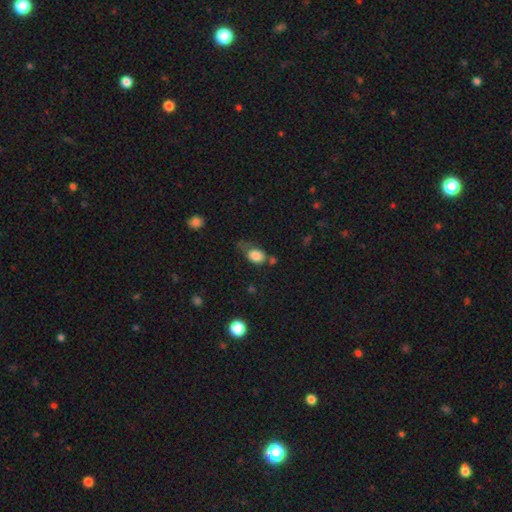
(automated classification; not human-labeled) Overall: smooth (82%). How rounded: in between (66%; round 32%). Merging: none (38%; minor disturbance 33%).